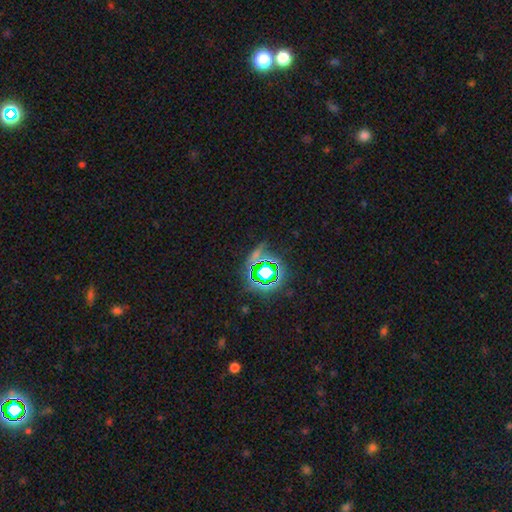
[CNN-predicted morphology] A star or artifact, not a galaxy (71%).